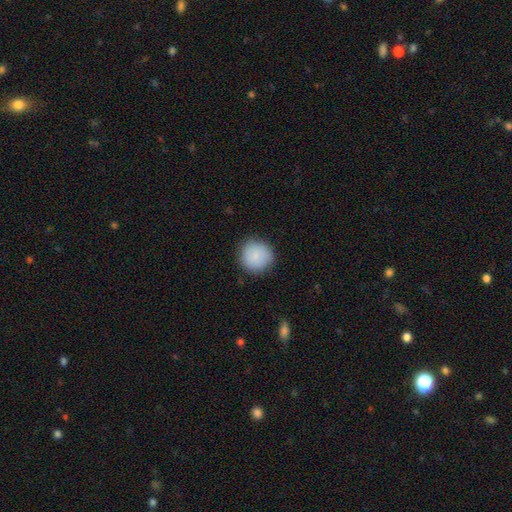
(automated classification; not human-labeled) Smooth or featured? smooth (87%)
How rounded? round (93%)
Merging? none (87%)